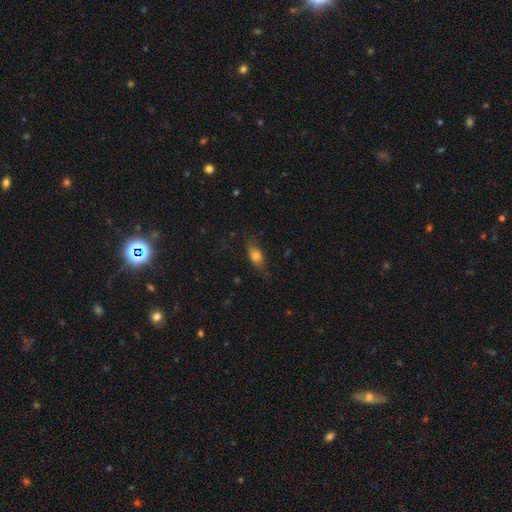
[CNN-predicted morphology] A smooth galaxy with no disk features (76%) that is in between round and cigar-shaped (79%).

Vote fractions:
- Smooth or featured? smooth: 76% / featured or disk: 14% / star or artifact: 10%
- How rounded? in between: 79% / cigar-shaped: 14% / round: 8%
- Merging? none: 72% / minor disturbance: 19% / major disturbance: 7% / merger: 1%